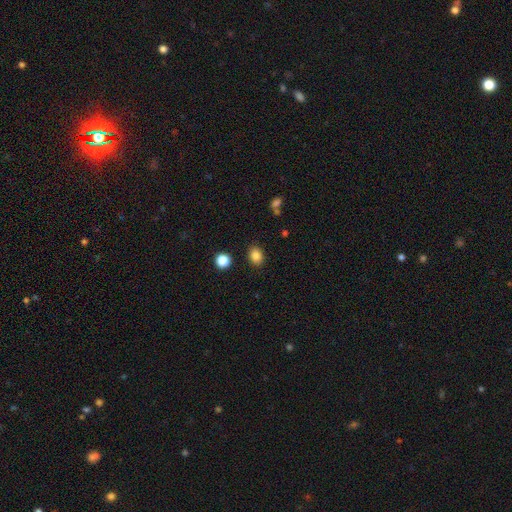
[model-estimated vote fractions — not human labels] Morphology: type=smooth (85%); roundness=in between (51%); merging=none (86%).